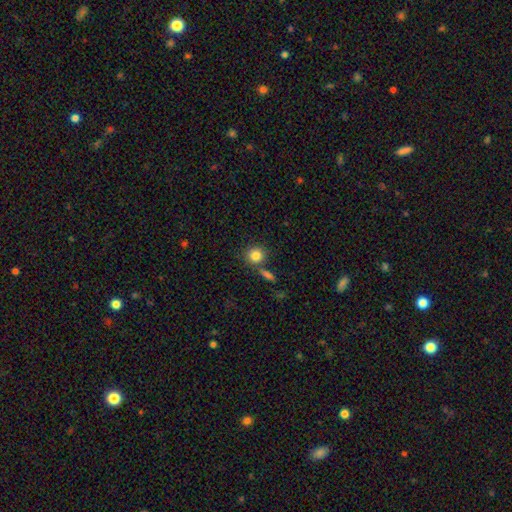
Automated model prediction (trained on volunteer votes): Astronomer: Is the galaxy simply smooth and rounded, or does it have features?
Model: smooth — 84%.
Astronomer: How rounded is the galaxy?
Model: round — 87%.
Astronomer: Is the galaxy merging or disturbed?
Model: none — 71%.